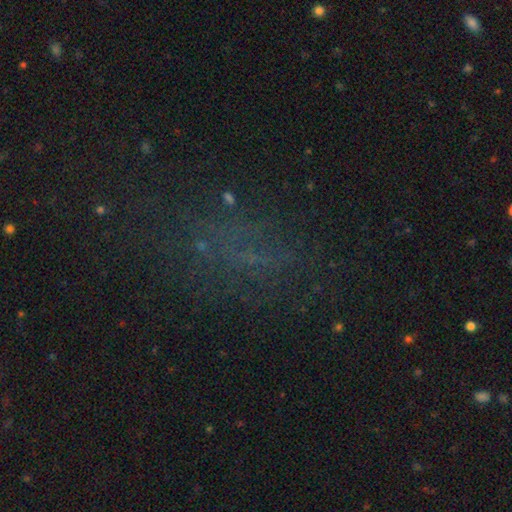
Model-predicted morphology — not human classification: A star or artifact, not a galaxy (46%).

Vote fractions:
- Smooth or featured? star or artifact: 46% / smooth: 29% / featured or disk: 25%